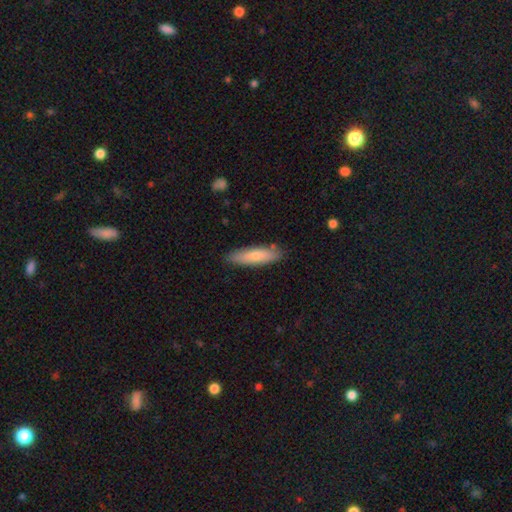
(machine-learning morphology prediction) Smooth or featured?
  - smooth: 76% *
  - featured or disk: 19%
  - star or artifact: 5%
How rounded?
  - cigar-shaped: 64% *
  - in between: 35%
  - round: 2%
Merging?
  - none: 84% *
  - minor disturbance: 12%
  - major disturbance: 2%
  - merger: 2%